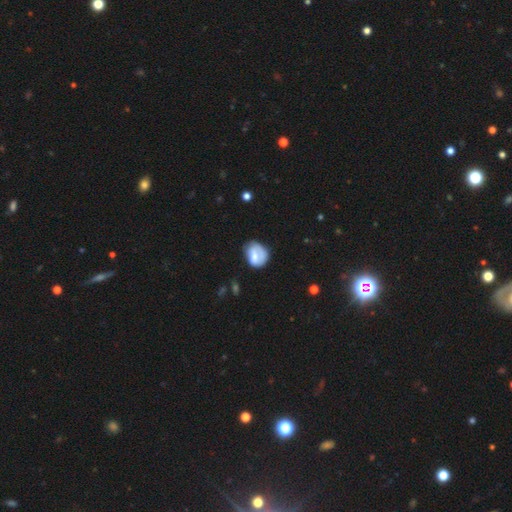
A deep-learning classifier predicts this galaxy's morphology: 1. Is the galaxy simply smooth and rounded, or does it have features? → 63% smooth, 29% featured or disk, 7% star or artifact.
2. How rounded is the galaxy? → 52% round, 47% in between, 1% cigar-shaped.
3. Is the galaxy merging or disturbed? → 50% none, 32% minor disturbance, 15% major disturbance, 3% merger.